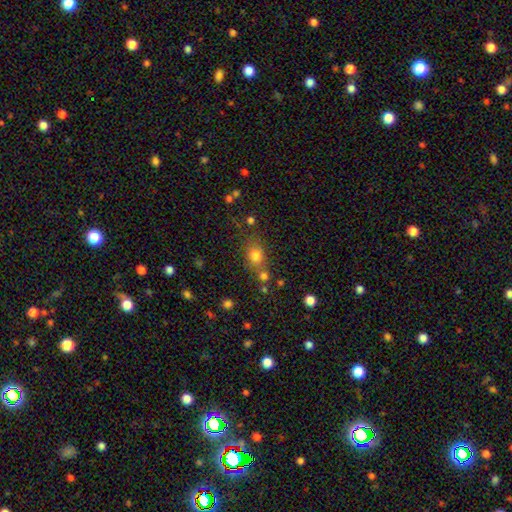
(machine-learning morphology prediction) The model was most divided on "how rounded": round: 56%, in between: 42%, cigar-shaped: 2%. More confident: smooth or featured — smooth (77%); merging — none (61%).